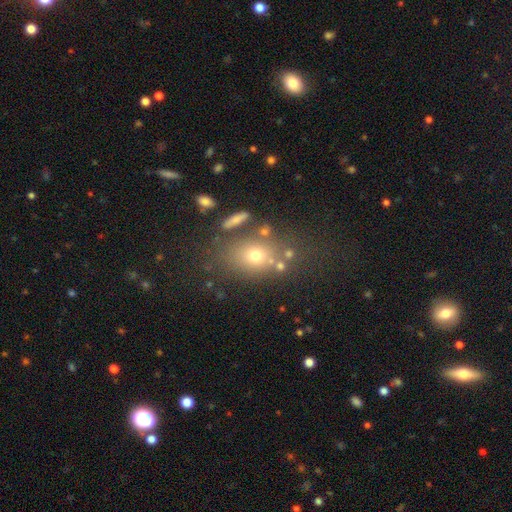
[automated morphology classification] Smooth or featured? smooth (65%)
How rounded? in between (56%)
Merging? none (65%)